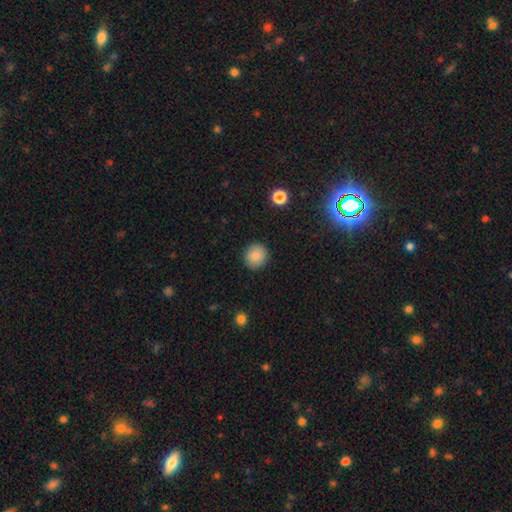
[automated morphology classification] Q: Smooth or featured?
A: smooth (84%); runner-up: star or artifact (9%)
Q: How rounded?
A: round (91%); runner-up: in between (8%)
Q: Merging?
A: none (90%); runner-up: minor disturbance (7%)